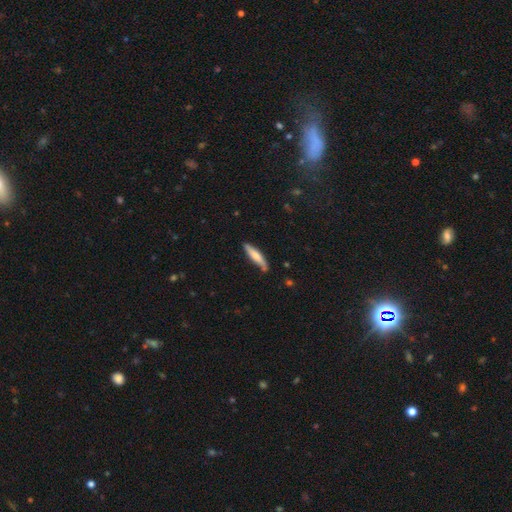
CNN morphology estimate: This appears to be a smooth galaxy with no disk features (63%) that is cigar-shaped (85%). Merging: none (79%).